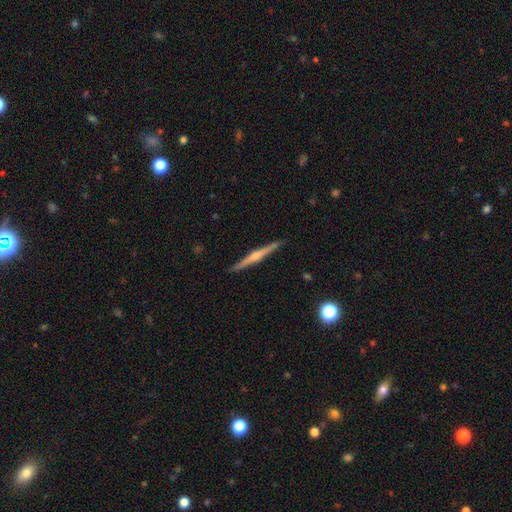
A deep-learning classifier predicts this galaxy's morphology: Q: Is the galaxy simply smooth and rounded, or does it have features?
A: featured or disk — 74%.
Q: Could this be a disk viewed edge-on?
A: yes — 98%.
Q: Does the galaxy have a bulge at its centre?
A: rounded — 79%.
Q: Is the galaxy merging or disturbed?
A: none — 91%.